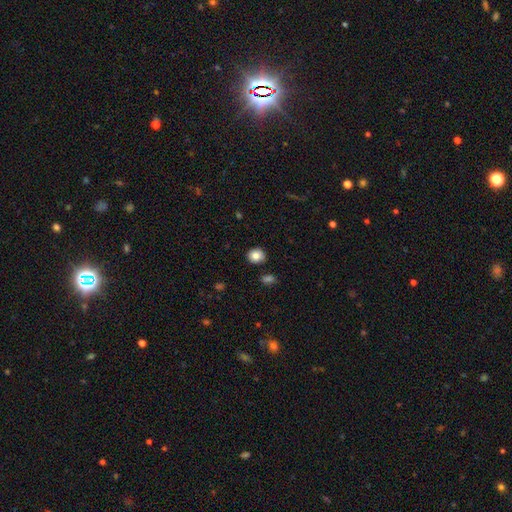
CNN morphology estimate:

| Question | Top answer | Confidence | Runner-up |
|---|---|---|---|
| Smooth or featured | smooth | 84% | star or artifact (9%) |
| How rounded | round | 85% | in between (14%) |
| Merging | none | 86% | minor disturbance (9%) |